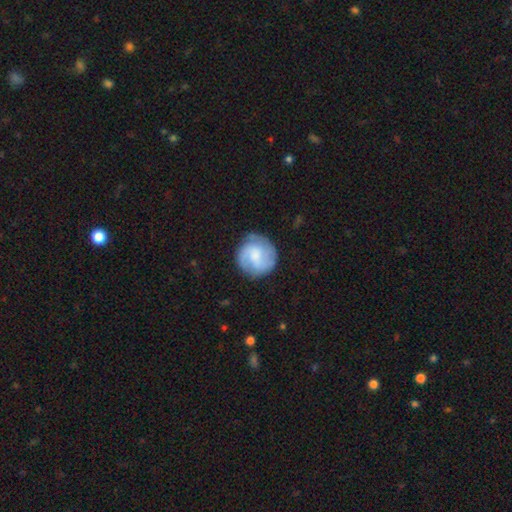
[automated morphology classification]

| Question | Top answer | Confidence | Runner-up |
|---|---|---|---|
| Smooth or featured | featured or disk | 61% | smooth (32%) |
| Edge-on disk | no | 98% | yes (2%) |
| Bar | no | 46% | weak (44%) |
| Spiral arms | yes | 92% | no (8%) |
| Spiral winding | medium | 43% | tight (39%) |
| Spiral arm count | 2 | 54% | can't tell (17%) |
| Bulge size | small | 35% | moderate (31%) |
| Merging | none | 78% | minor disturbance (15%) |